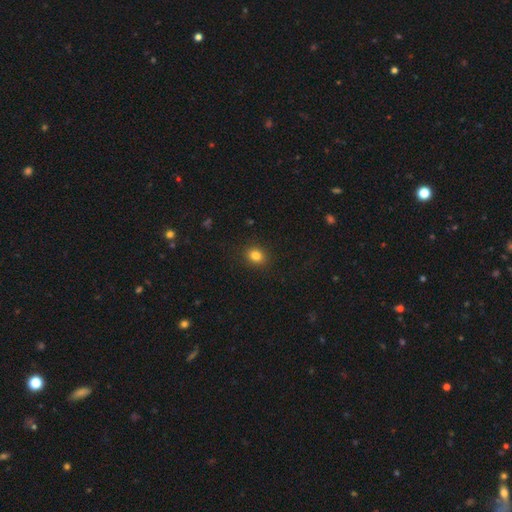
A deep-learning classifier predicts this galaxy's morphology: A smooth galaxy with no disk features (83%) that is round (56%). Merging: none (89%).